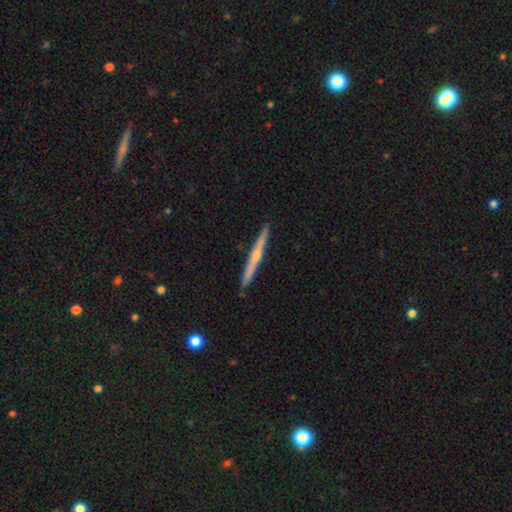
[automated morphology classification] Smooth or featured: featured or disk — 71% (smooth — 21%)
Edge-on disk: yes — 97% (no — 3%)
Edge-on bulge: rounded — 77% (none — 19%)
Merging: none — 90% (minor disturbance — 7%)